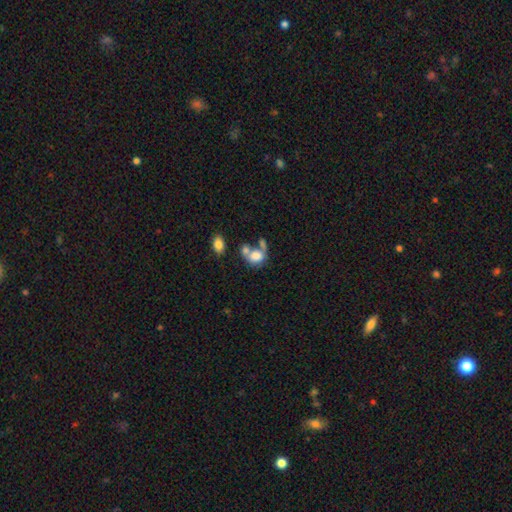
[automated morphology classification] Q: Smooth or featured?
A: smooth (75%); runner-up: featured or disk (16%)
Q: How rounded?
A: in between (59%); runner-up: round (39%)
Q: Merging?
A: merger (50%); runner-up: none (26%)